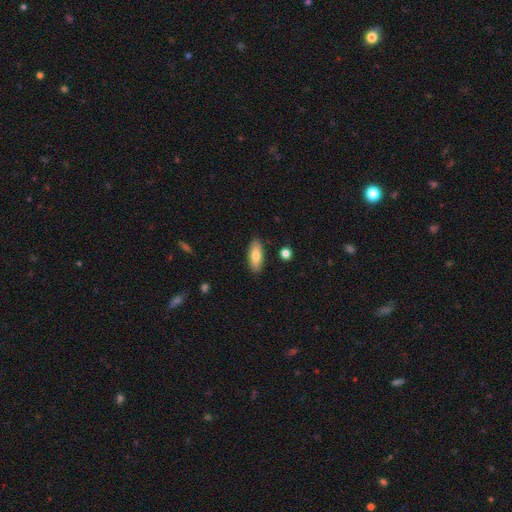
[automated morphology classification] Overall: smooth (72%). How rounded: in between (76%). Merging: none (88%).